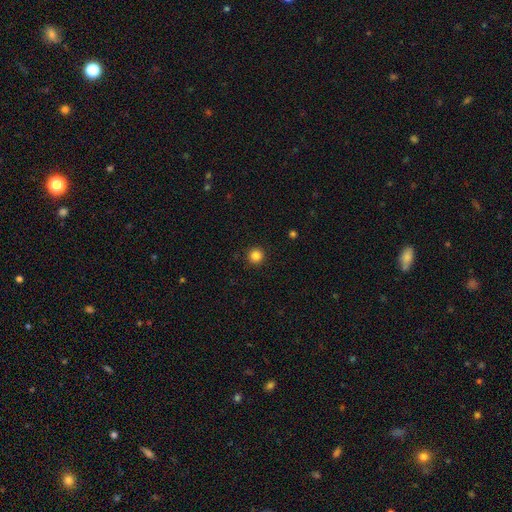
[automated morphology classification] A smooth galaxy with no disk features (84%) that is round (96%). Merging: none (93%).